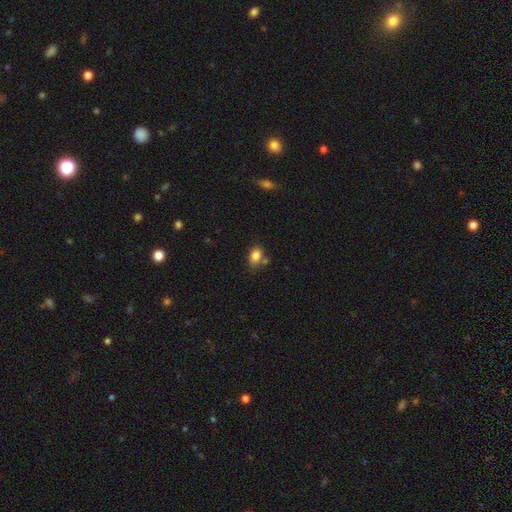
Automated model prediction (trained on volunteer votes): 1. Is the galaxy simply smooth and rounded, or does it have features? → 83% smooth, 9% star or artifact, 7% featured or disk.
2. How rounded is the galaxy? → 79% in between, 19% round, 2% cigar-shaped.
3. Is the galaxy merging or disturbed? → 62% none, 19% minor disturbance, 14% merger, 5% major disturbance.